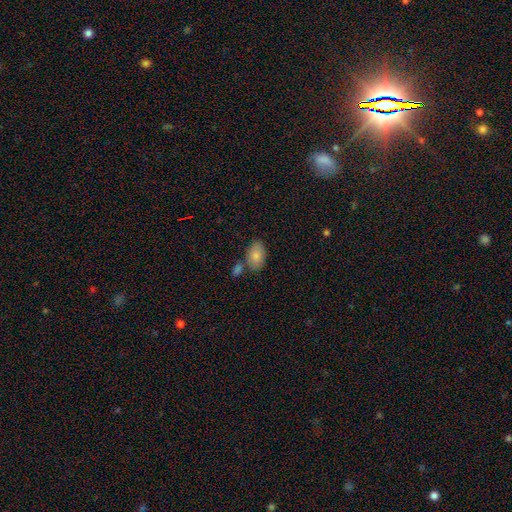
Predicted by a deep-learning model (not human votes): This appears to be a smooth galaxy with no disk features (84%) that is in between round and cigar-shaped (91%). Merging: none (61%).